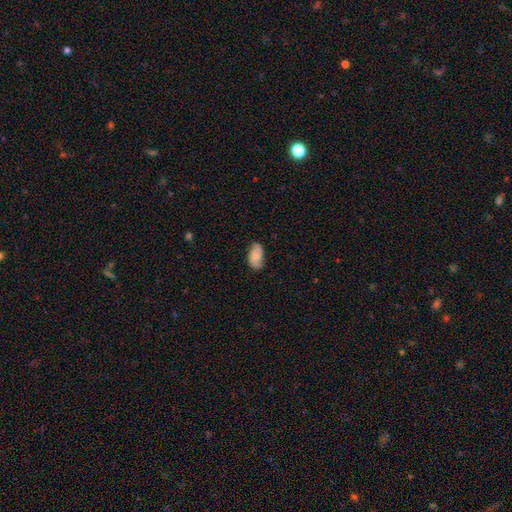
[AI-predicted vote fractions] A smooth galaxy with no disk features (56%) that is in between round and cigar-shaped (93%).

Vote fractions:
- Smooth or featured? smooth: 56% / featured or disk: 35% / star or artifact: 8%
- How rounded? in between: 93% / round: 5% / cigar-shaped: 2%
- Merging? none: 74% / minor disturbance: 20% / major disturbance: 5% / merger: 1%